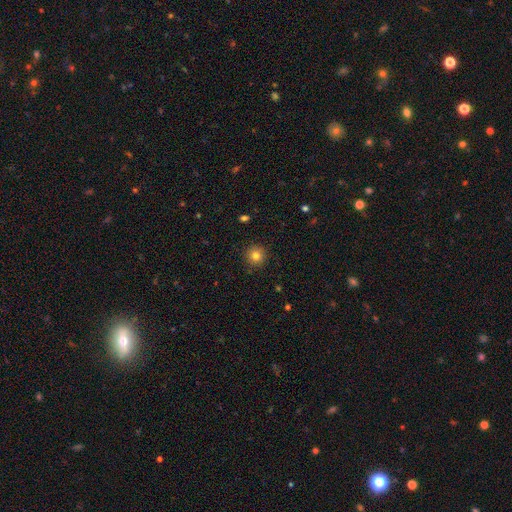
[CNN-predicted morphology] Smooth or featured: smooth — 81% (star or artifact — 12%)
How rounded: round — 95% (in between — 4%)
Merging: none — 92% (minor disturbance — 5%)